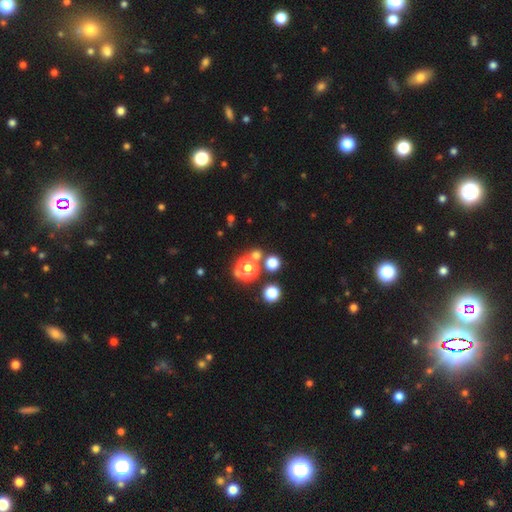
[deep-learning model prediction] Smooth or featured: smooth — 63% (star or artifact — 30%)
How rounded: round — 88% (in between — 11%)
Merging: none — 70% (merger — 19%)